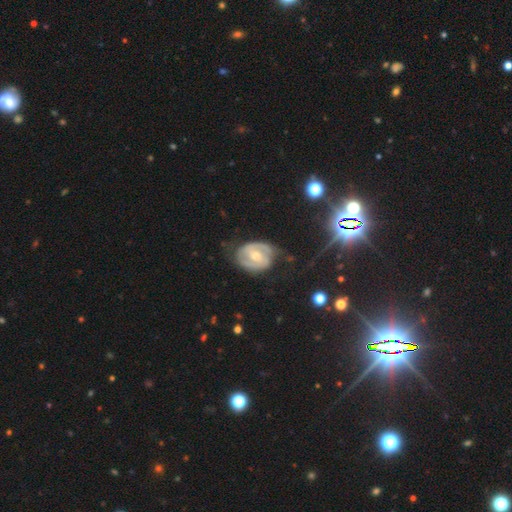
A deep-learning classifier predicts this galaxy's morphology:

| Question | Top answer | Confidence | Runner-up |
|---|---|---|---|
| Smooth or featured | featured or disk | 82% | smooth (13%) |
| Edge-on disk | no | 97% | yes (3%) |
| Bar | weak | 44% | no (37%) |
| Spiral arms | yes | 89% | no (11%) |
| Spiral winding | tight | 47% | medium (41%) |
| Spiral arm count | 2 | 82% | can't tell (10%) |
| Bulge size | moderate | 65% | small (30%) |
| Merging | none | 69% | minor disturbance (21%) |